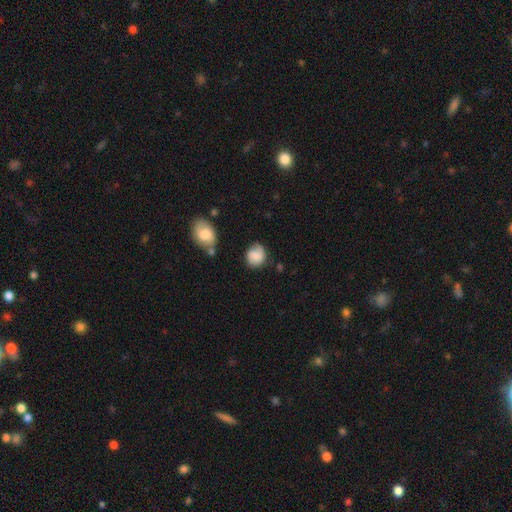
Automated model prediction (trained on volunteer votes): Morphology: type=smooth (76%); roundness=round (72%); merging=none (63%).